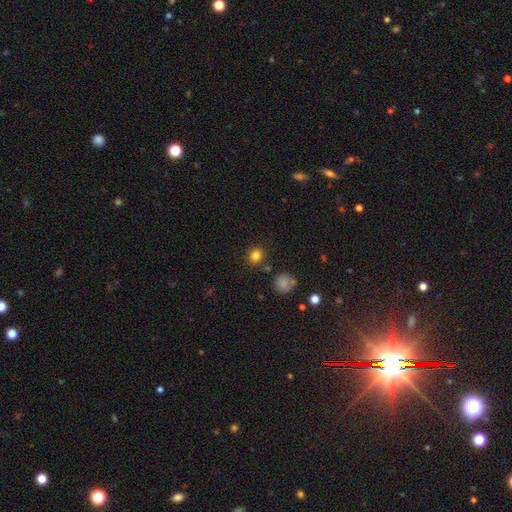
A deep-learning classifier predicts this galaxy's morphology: Smooth or featured?
  - smooth: 82% *
  - star or artifact: 13%
  - featured or disk: 5%
How rounded?
  - round: 85% *
  - in between: 14%
  - cigar-shaped: 1%
Merging?
  - none: 84% *
  - minor disturbance: 9%
  - merger: 4%
  - major disturbance: 3%